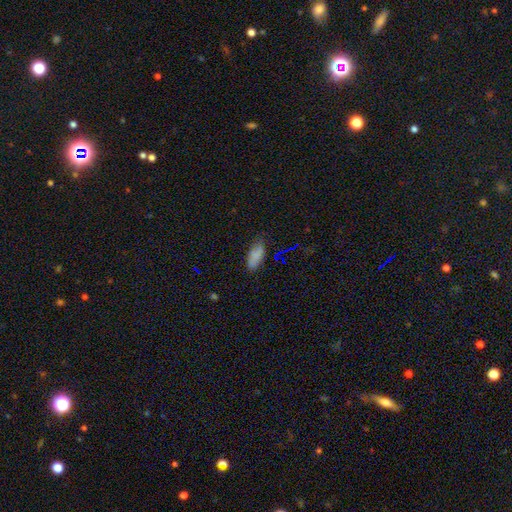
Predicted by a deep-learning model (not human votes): Smooth or featured?
  - smooth: 81% *
  - star or artifact: 11%
  - featured or disk: 8%
How rounded?
  - in between: 83% *
  - cigar-shaped: 15%
  - round: 3%
Merging?
  - none: 71% *
  - minor disturbance: 22%
  - major disturbance: 5%
  - merger: 2%